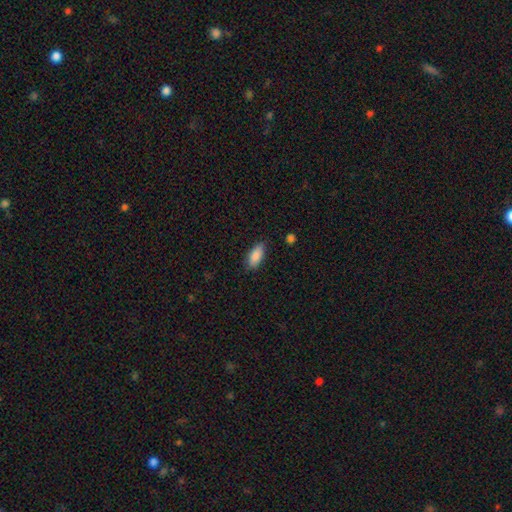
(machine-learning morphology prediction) Smooth or featured? Predicted: smooth (p=0.88). How rounded? Predicted: in between (p=0.84). Merging? Predicted: none (p=0.83).